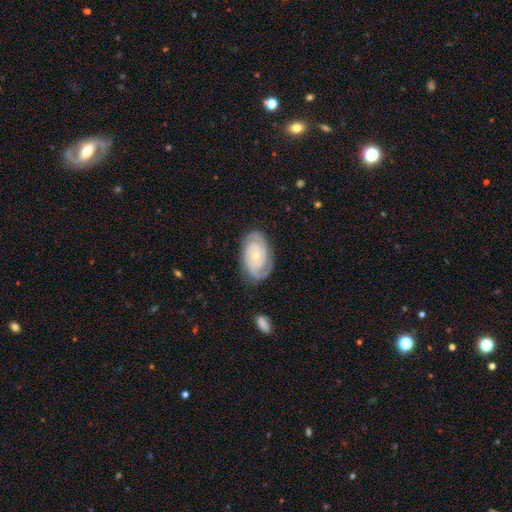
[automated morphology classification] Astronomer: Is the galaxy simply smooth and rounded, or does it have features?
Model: featured or disk — 88%.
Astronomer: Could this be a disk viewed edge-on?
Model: no — 97%.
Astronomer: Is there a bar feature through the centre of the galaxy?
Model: no — 70%.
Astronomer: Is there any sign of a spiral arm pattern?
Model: yes — 97%.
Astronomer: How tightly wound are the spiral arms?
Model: tight — 69%.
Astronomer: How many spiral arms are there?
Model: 2 — 67%.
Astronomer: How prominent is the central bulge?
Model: small — 65%.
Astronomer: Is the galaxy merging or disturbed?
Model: none — 80%.